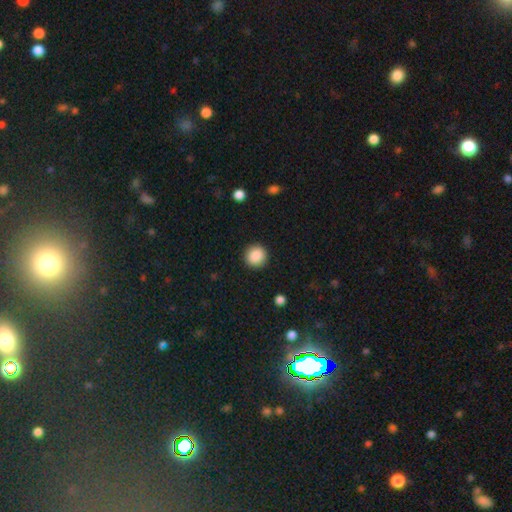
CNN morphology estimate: A smooth galaxy with no disk features (89%) that is round (94%).

Vote fractions:
- Smooth or featured? smooth: 89% / star or artifact: 8% / featured or disk: 3%
- How rounded? round: 94% / in between: 6% / cigar-shaped: 1%
- Merging? none: 92% / minor disturbance: 5% / major disturbance: 2% / merger: 1%